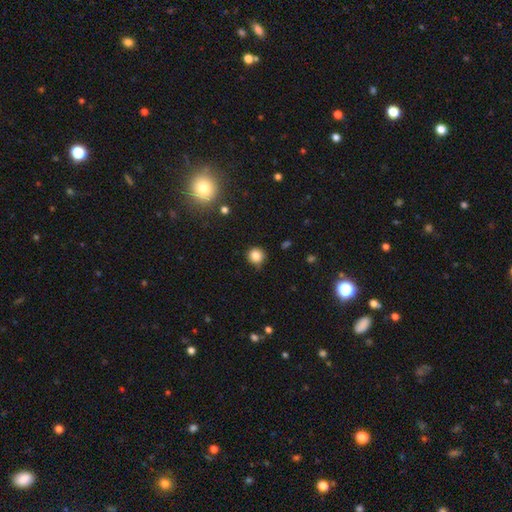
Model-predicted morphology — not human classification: smooth_or_featured: smooth (p=0.83) [alt: star or artifact p=0.12]
how_rounded: round (p=0.91) [alt: in between p=0.08]
merging: none (p=0.83) [alt: minor disturbance p=0.13]